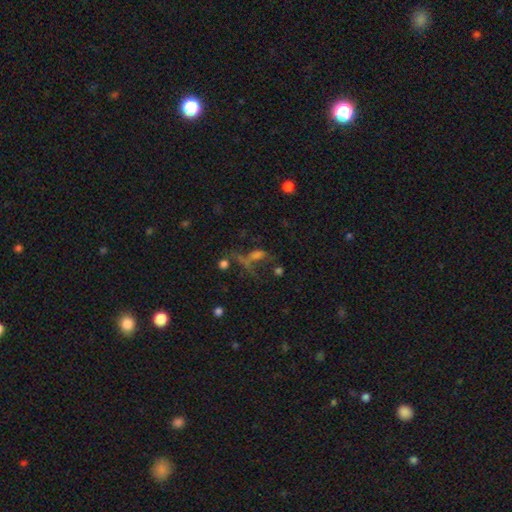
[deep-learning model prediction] Smooth or featured? star or artifact (43%)